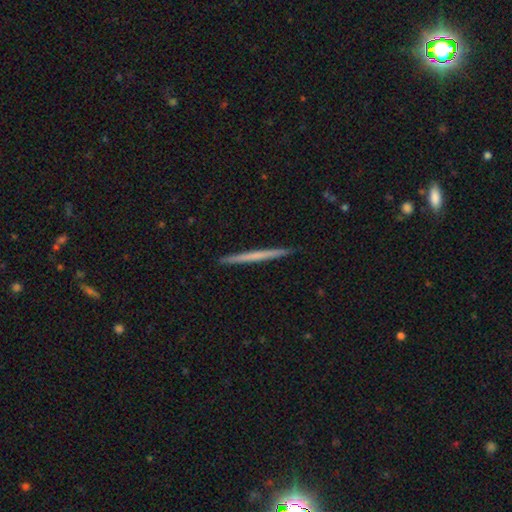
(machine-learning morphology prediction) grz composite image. It shows a smooth galaxy with no disk features (49%). Merging: none (93%).